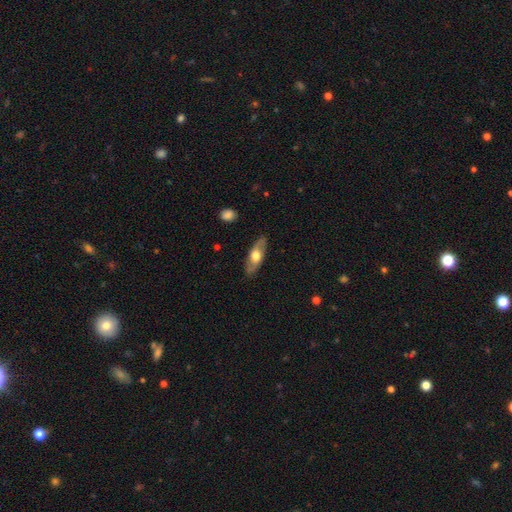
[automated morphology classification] Overall: smooth (49%; featured or disk 46%). Merging: none (85%).